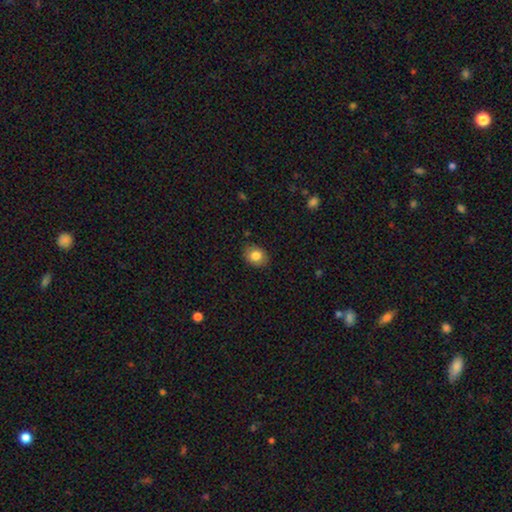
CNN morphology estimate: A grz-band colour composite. It shows a smooth galaxy with no disk features (83%) that is in between round and cigar-shaped (51%). Merging: none (85%).